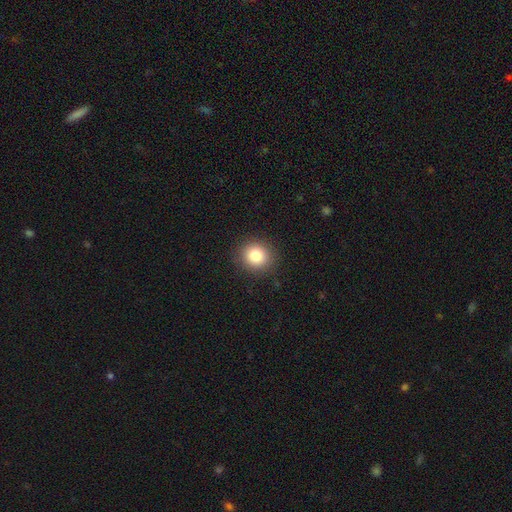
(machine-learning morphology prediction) Smooth or featured?
  - smooth: 83% *
  - star or artifact: 10%
  - featured or disk: 7%
How rounded?
  - round: 84% *
  - in between: 15%
  - cigar-shaped: 1%
Merging?
  - none: 90% *
  - minor disturbance: 7%
  - major disturbance: 2%
  - merger: 1%